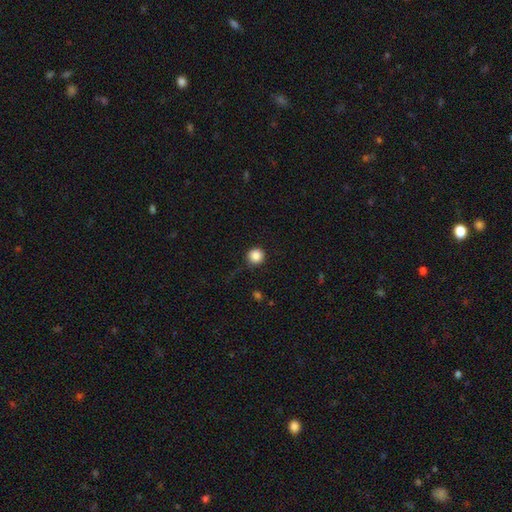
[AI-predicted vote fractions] smooth 86%, star or artifact 10%, featured or disk 4%. Down the decision tree: how rounded — round (94%); merging — none (85%).